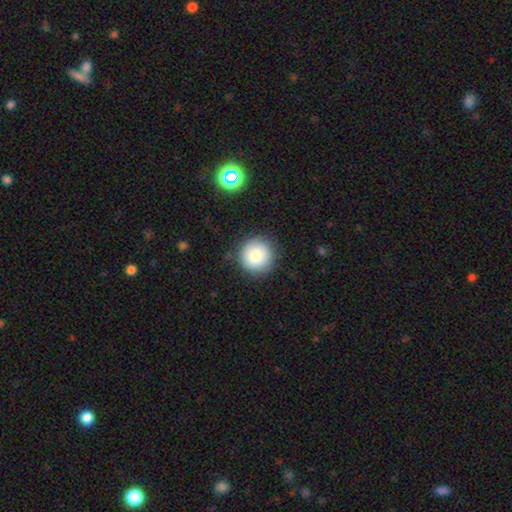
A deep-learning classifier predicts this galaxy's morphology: Smooth or featured? smooth (81%)
How rounded? round (93%)
Merging? none (87%)